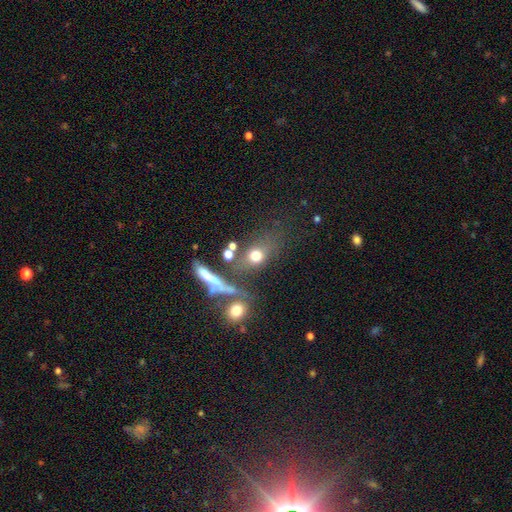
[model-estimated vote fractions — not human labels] This is likely a smooth galaxy (64%). How rounded: possibly round (47%). Merging: possibly none (49%).